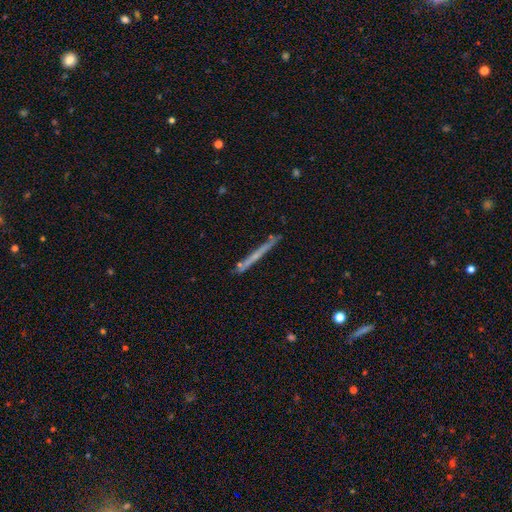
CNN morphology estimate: featured or disk 52%, smooth 41%, star or artifact 7%. Down the decision tree: edge-on disk — yes (96%); merging — none (82%).